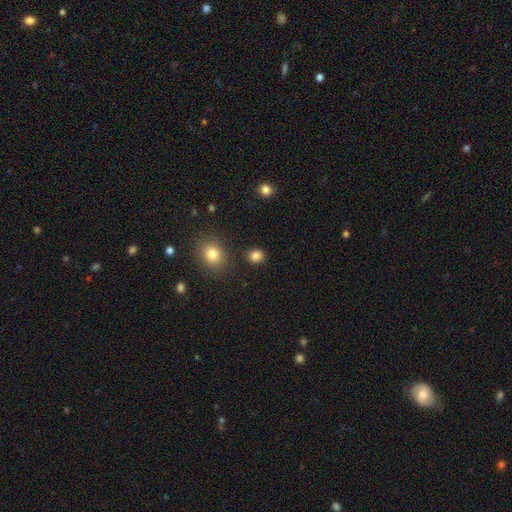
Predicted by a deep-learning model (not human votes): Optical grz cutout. It shows a smooth galaxy with no disk features (84%) that is round (72%). Merging: none (88%).